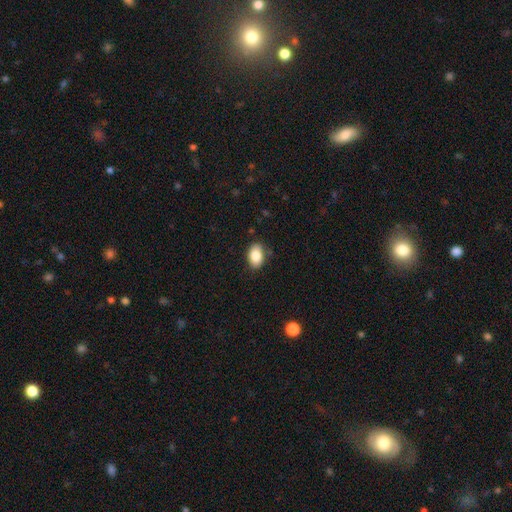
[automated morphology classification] Smooth or featured: smooth — 85% (star or artifact — 8%)
How rounded: in between — 88% (round — 11%)
Merging: none — 83% (minor disturbance — 13%)